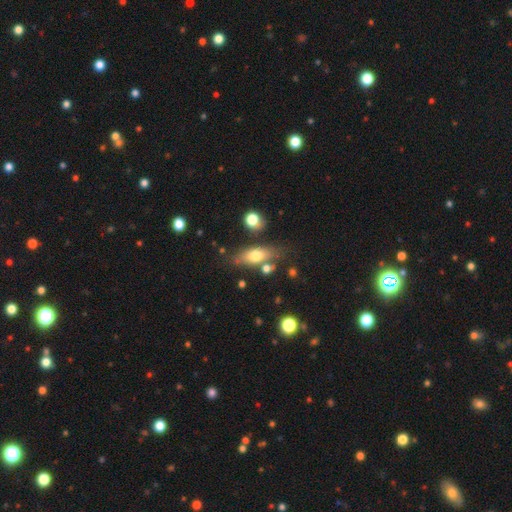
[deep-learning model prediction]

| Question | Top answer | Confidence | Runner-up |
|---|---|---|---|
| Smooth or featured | smooth | 65% | featured or disk (27%) |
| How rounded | in between | 70% | cigar-shaped (25%) |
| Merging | none | 67% | minor disturbance (17%) |